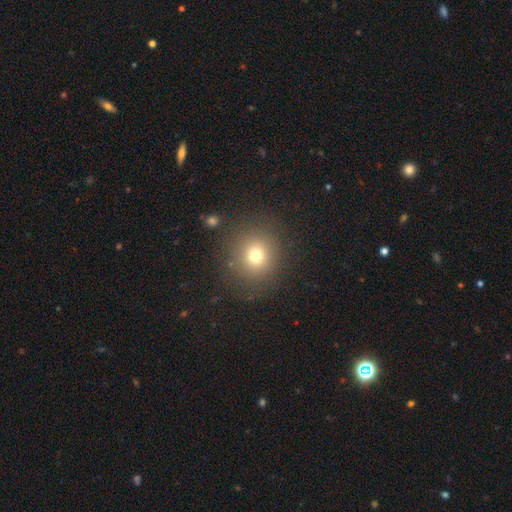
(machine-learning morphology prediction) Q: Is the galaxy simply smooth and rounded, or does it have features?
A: smooth — 72%.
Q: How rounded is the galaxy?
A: round — 89%.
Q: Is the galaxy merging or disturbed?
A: none — 83%.